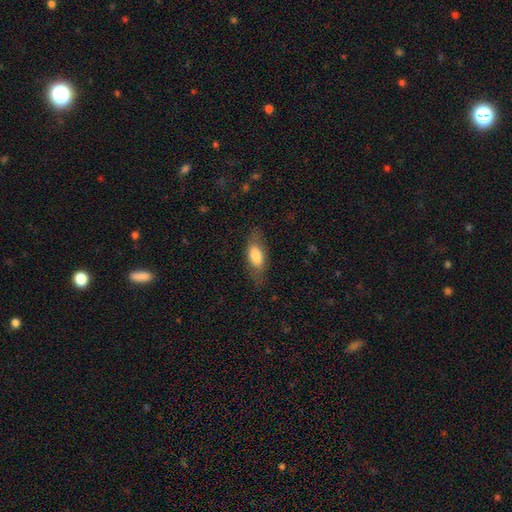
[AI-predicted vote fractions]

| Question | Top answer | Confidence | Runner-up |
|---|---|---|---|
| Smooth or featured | smooth | 72% | featured or disk (21%) |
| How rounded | in between | 79% | cigar-shaped (17%) |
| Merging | none | 72% | minor disturbance (19%) |